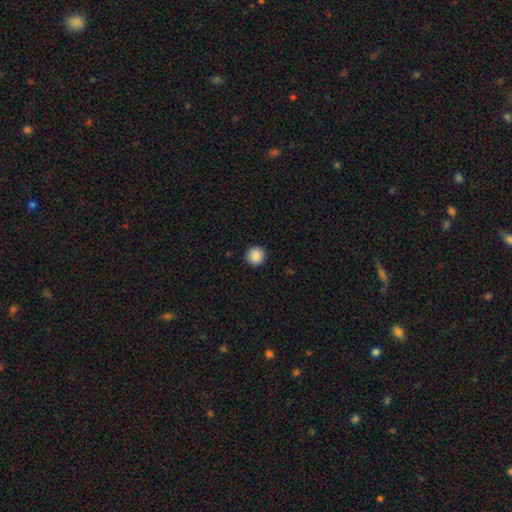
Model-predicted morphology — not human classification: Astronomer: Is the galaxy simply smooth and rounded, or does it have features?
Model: smooth — 88%.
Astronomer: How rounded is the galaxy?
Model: round — 96%.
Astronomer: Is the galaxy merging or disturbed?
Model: none — 93%.